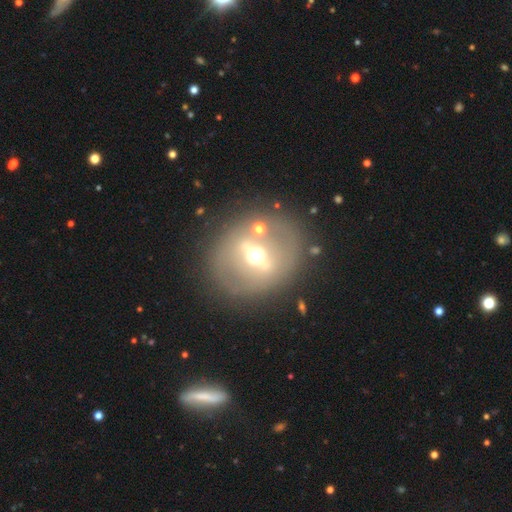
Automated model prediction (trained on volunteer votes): The model was most divided on "bar": strong: 52%, weak: 32%, no: 15%. More confident: spiral arms — no (86%); edge-on disk — no (84%); merging — none (79%); bulge size — moderate (70%); smooth or featured — featured or disk (65%).